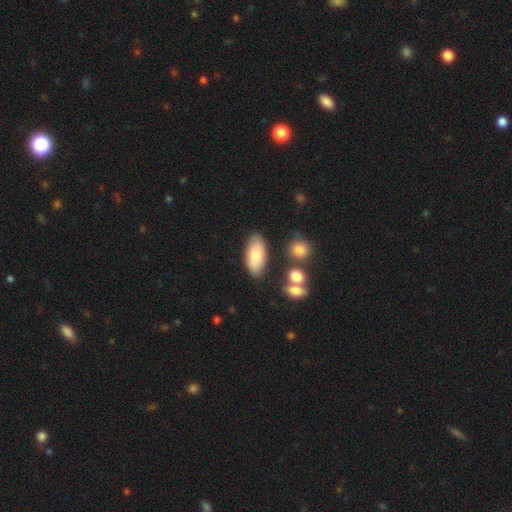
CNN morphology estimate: Smooth or featured: smooth — 77% (featured or disk — 16%)
How rounded: in between — 90% (cigar-shaped — 7%)
Merging: none — 78% (minor disturbance — 13%)